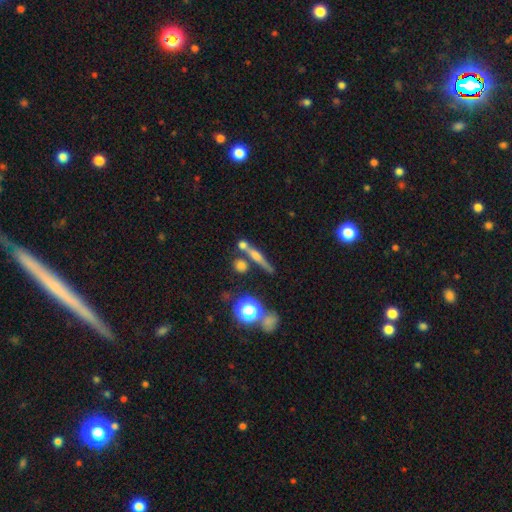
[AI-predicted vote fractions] A featured or disk galaxy (56%) viewed edge-on (92%) with a rounded central bulge (80%).

Vote fractions:
- Smooth or featured? featured or disk: 56% / smooth: 31% / star or artifact: 13%
- Edge-on disk? yes: 92% / no: 8%
- Edge-on bulge? rounded: 80% / none: 11% / boxy: 9%
- Merging? none: 72% / merger: 14% / minor disturbance: 10% / major disturbance: 4%